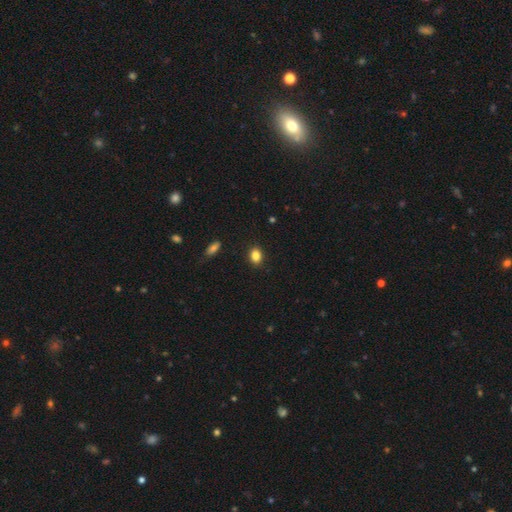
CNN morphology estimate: A smooth galaxy with no disk features (86%) that is in between round and cigar-shaped (67%). Merging: none (89%).